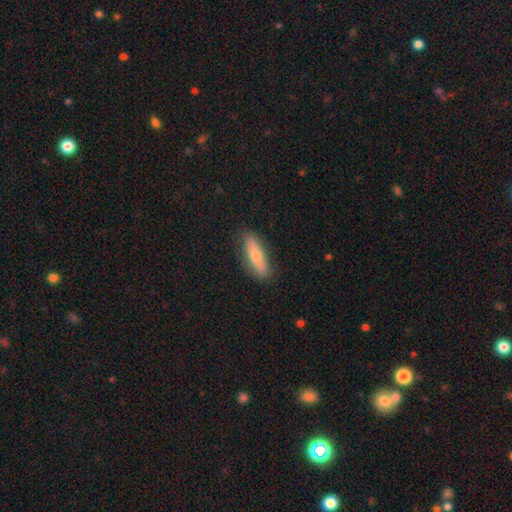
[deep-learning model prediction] A smooth galaxy with no disk features (62%) that is in between round and cigar-shaped (49%). Merging: none (84%).